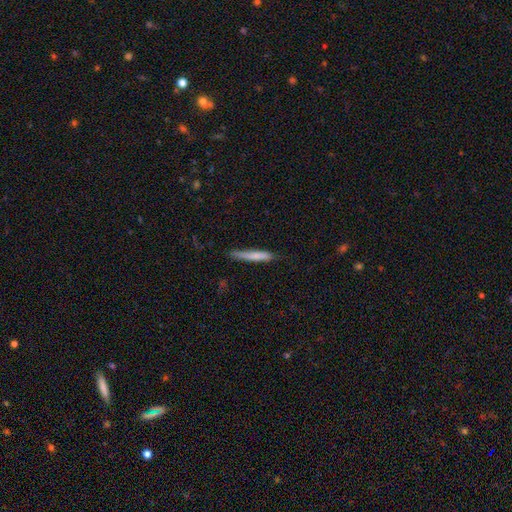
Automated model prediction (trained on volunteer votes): Smooth or featured? smooth (73%)
How rounded? cigar-shaped (94%)
Merging? none (75%)